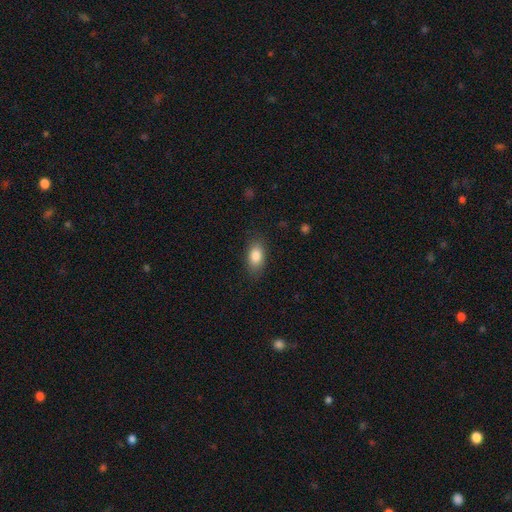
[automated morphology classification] smooth-or-featured: smooth: 85% | featured or disk: 8% | star or artifact: 7%
  how-rounded: in between: 89% | round: 7% | cigar-shaped: 4%
  merging: none: 81% | minor disturbance: 14% | major disturbance: 4% | merger: 1%